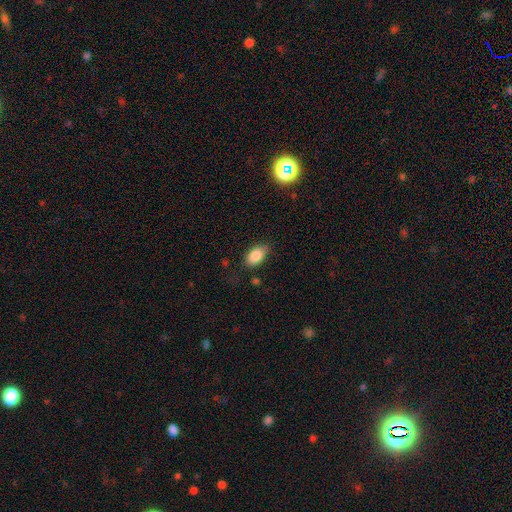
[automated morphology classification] This appears to be a smooth galaxy with no disk features (86%) that is in between round and cigar-shaped (91%). Merging: none (77%).